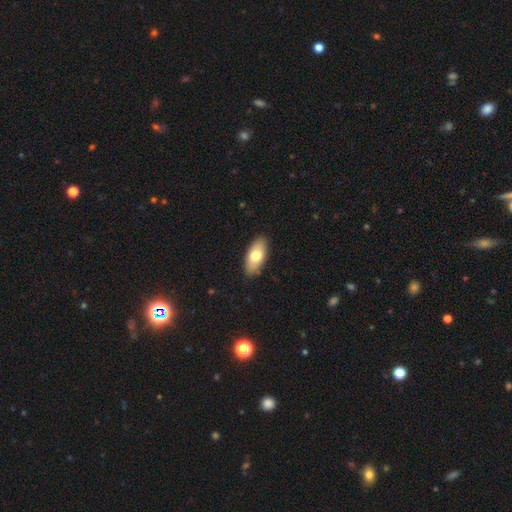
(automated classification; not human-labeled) This appears to be a smooth galaxy with no disk features (73%) that is in between round and cigar-shaped (88%). Merging: none (87%).